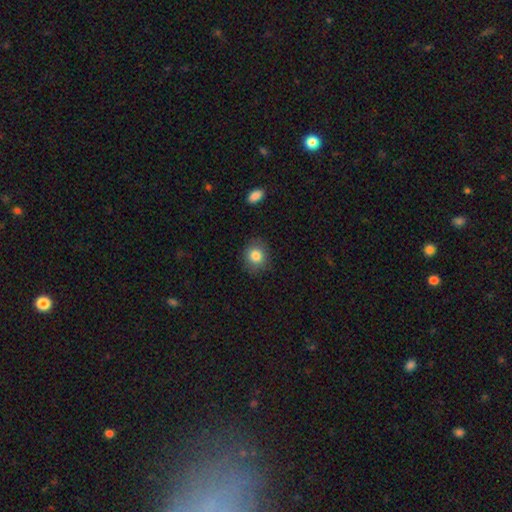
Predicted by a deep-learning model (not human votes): Smooth or featured? Predicted: smooth (p=0.84). How rounded? Predicted: round (p=0.72). Merging? Predicted: none (p=0.85).